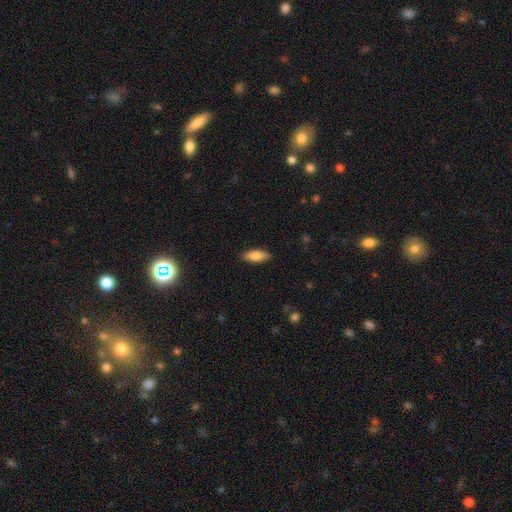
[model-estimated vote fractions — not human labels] A smooth galaxy with no disk features (81%) that is in between round and cigar-shaped (74%).

Vote fractions:
- Smooth or featured? smooth: 81% / featured or disk: 13% / star or artifact: 6%
- How rounded? in between: 74% / cigar-shaped: 24% / round: 2%
- Merging? none: 88% / minor disturbance: 9% / major disturbance: 2% / merger: 1%